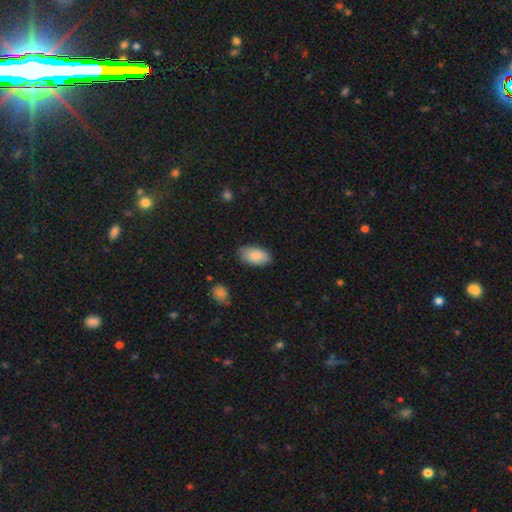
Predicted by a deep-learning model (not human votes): smooth_or_featured: smooth (p=0.86) [alt: featured or disk p=0.08]
how_rounded: in between (p=0.94) [alt: round p=0.03]
merging: none (p=0.82) [alt: minor disturbance p=0.14]